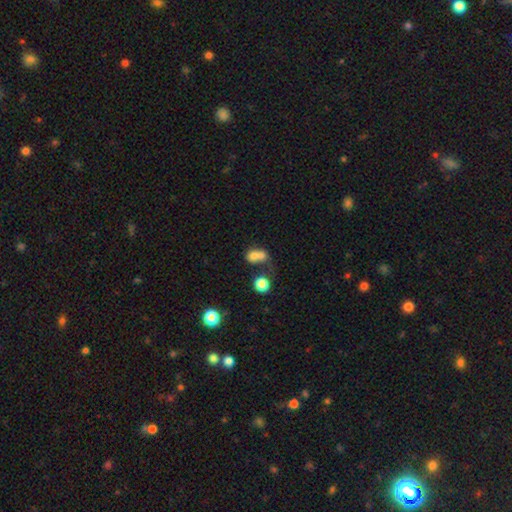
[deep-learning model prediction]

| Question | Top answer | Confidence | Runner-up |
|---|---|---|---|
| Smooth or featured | smooth | 71% | featured or disk (16%) |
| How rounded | round | 50% | in between (48%) |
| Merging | merger | 64% | none (21%) |